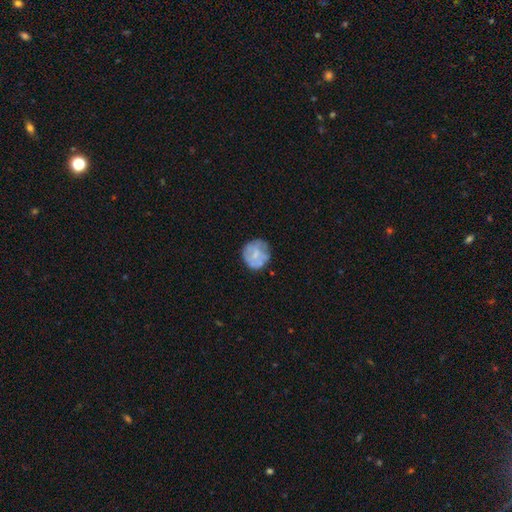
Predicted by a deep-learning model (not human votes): A smooth galaxy with no disk features (51%) that is round (88%). Merging: none (67%).